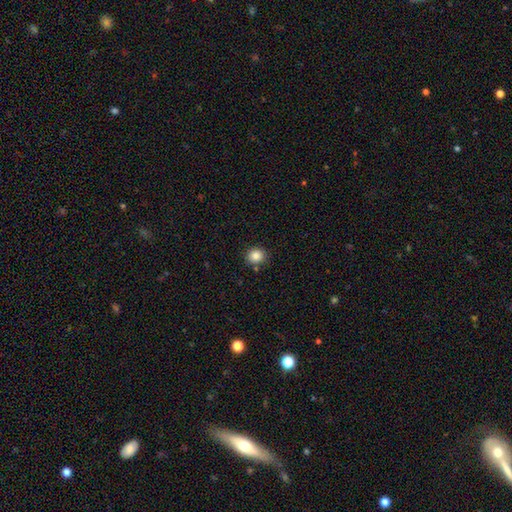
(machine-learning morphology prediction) smooth 85%, star or artifact 10%, featured or disk 5%. Down the decision tree: how rounded — round (82%); merging — none (85%).